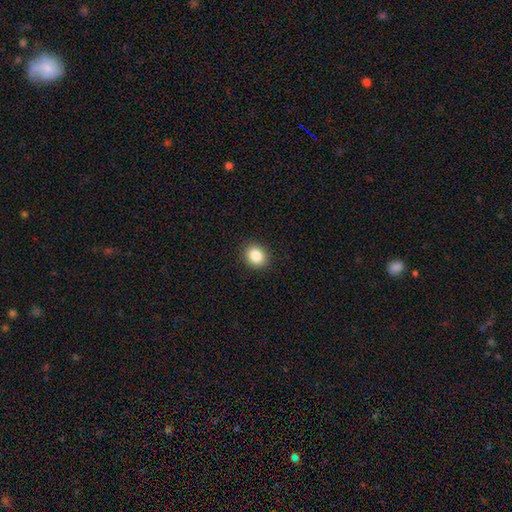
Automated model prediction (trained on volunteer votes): smooth_or_featured: smooth (p=0.85) [alt: star or artifact p=0.10]
how_rounded: round (p=0.67) [alt: in between p=0.32]
merging: none (p=0.91) [alt: minor disturbance p=0.06]